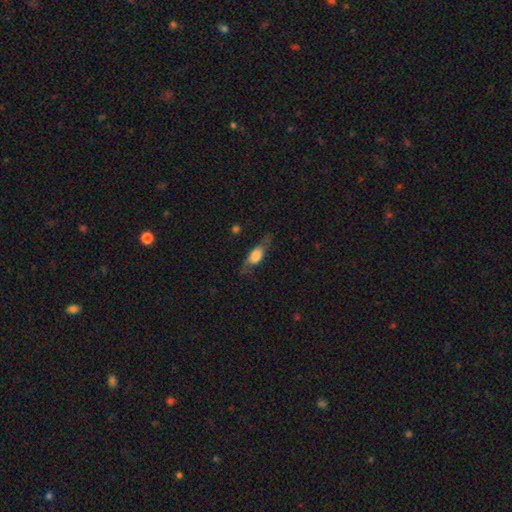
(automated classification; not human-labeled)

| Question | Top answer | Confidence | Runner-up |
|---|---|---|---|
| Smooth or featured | smooth | 56% | featured or disk (36%) |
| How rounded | in between | 66% | cigar-shaped (28%) |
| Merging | none | 63% | minor disturbance (24%) |